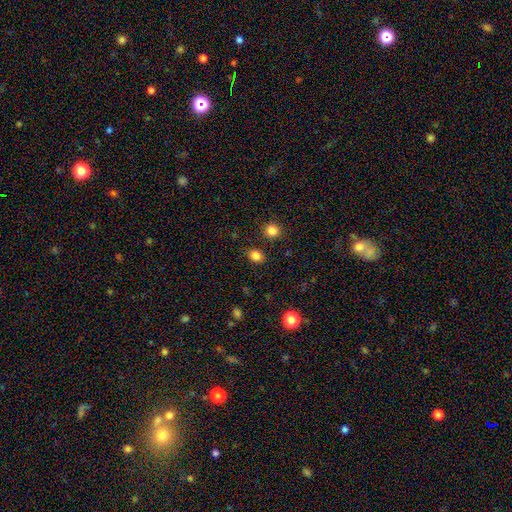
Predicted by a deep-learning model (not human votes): A smooth galaxy with no disk features (83%) that is round (57%). Merging: none (86%).